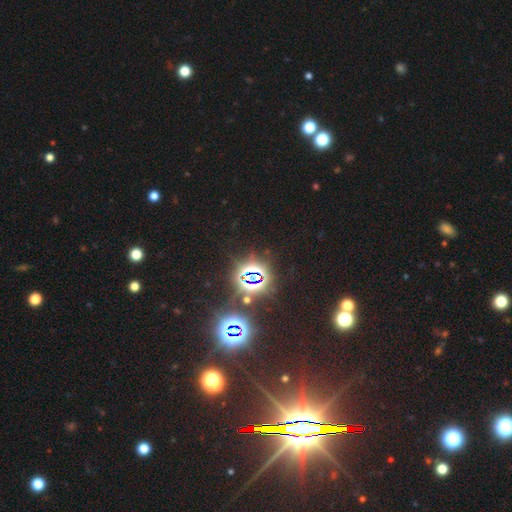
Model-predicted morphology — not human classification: A star or artifact, not a galaxy (81%).

Vote fractions:
- Smooth or featured? star or artifact: 81% / smooth: 11% / featured or disk: 8%